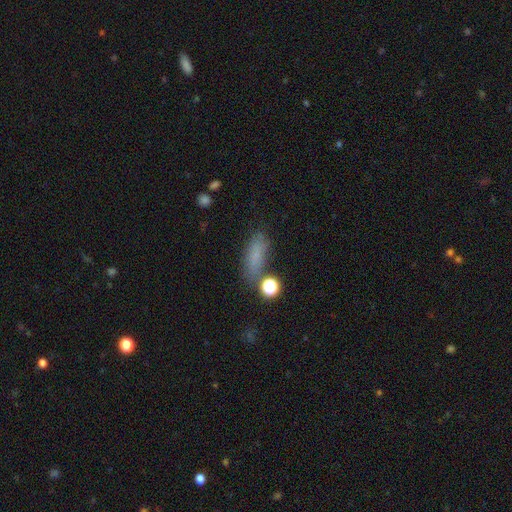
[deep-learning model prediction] This appears to be a smooth galaxy with no disk features (71%) that is in between round and cigar-shaped (60%). Merging: none (62%).